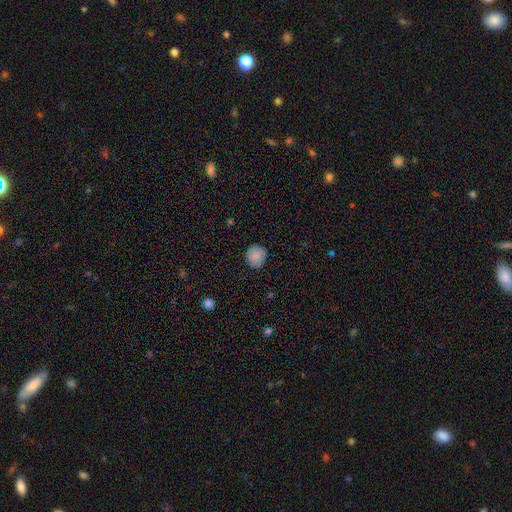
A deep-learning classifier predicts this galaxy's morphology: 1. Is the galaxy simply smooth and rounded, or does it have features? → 86% smooth, 8% star or artifact, 6% featured or disk.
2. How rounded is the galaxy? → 87% round, 12% in between, 1% cigar-shaped.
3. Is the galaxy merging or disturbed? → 82% none, 14% minor disturbance, 2% major disturbance, 1% merger.